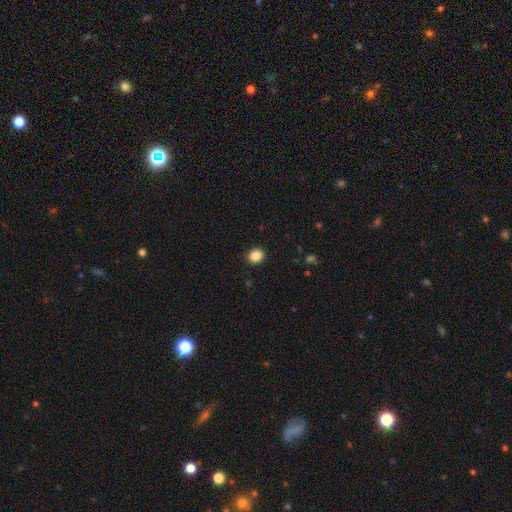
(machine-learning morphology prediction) This is clearly a smooth galaxy (87%). How rounded: likely round (75%). Merging: clearly none (92%).